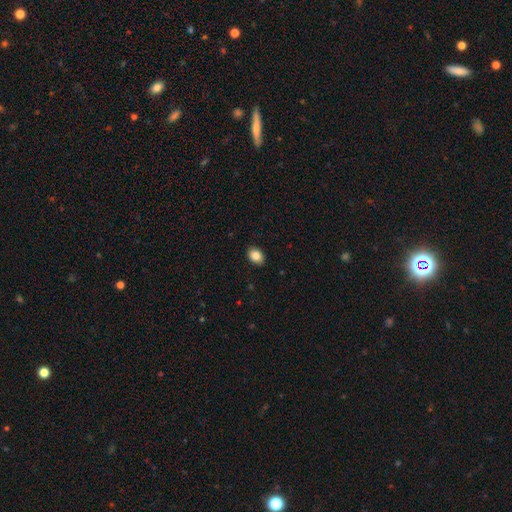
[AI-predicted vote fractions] Overall: smooth (87%). How rounded: in between (77%). Merging: none (90%).